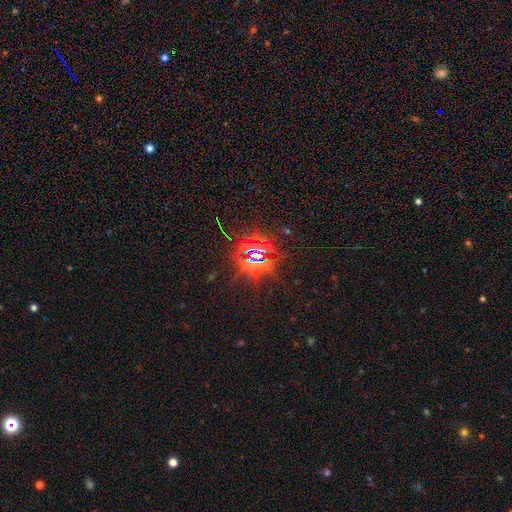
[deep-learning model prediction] Q: Smooth or featured?
A: star or artifact (85%); runner-up: featured or disk (8%)